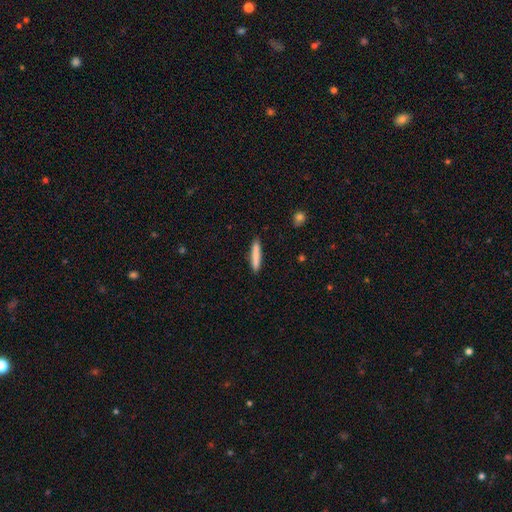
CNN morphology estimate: Smooth or featured: smooth — 82% (featured or disk — 12%)
How rounded: cigar-shaped — 92% (in between — 7%)
Merging: none — 89% (minor disturbance — 8%)